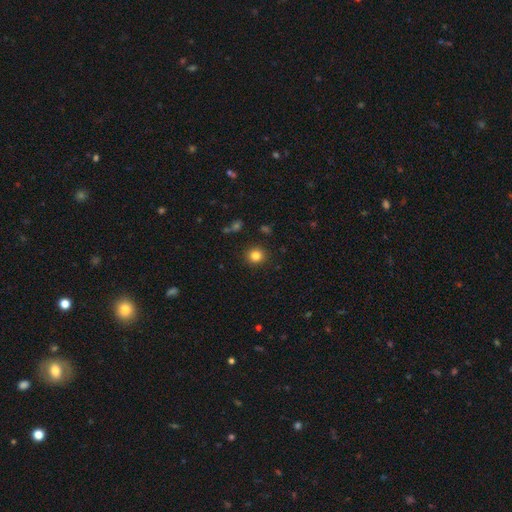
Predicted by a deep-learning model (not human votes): The model was most divided on "smooth or featured": smooth: 82%, star or artifact: 12%, featured or disk: 6%. More confident: merging — none (90%); how rounded — round (89%).